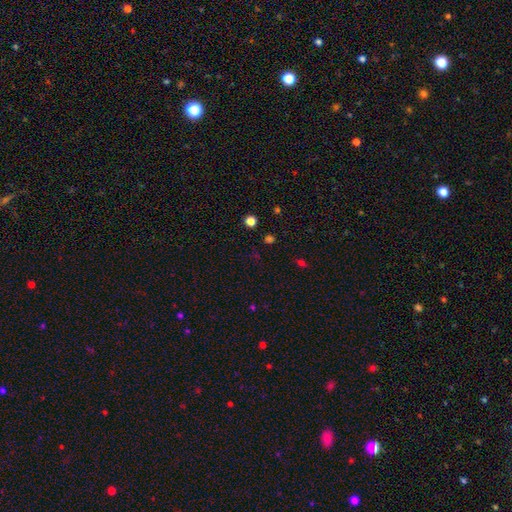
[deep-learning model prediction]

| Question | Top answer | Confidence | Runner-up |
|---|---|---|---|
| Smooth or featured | star or artifact | 51% | smooth (43%) |